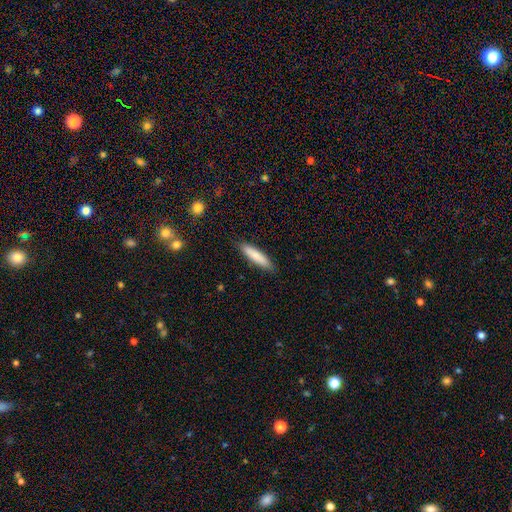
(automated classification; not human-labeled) Q: Smooth or featured?
A: smooth (82%); runner-up: featured or disk (12%)
Q: How rounded?
A: cigar-shaped (82%); runner-up: in between (16%)
Q: Merging?
A: none (89%); runner-up: minor disturbance (9%)